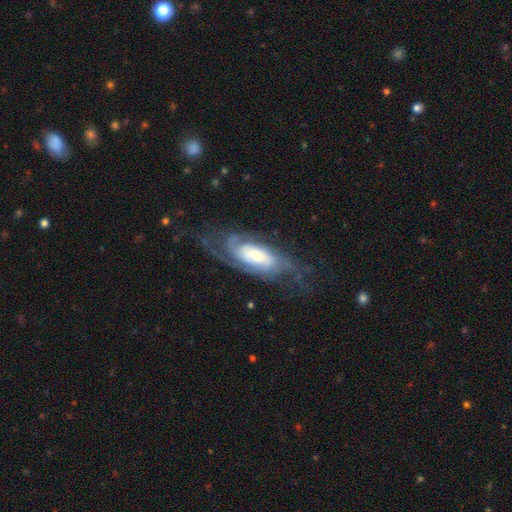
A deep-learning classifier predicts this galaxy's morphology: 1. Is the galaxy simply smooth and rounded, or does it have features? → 80% featured or disk, 14% smooth, 6% star or artifact.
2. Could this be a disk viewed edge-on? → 92% no, 8% yes.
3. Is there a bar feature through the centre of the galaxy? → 58% no, 31% weak, 11% strong.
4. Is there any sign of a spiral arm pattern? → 95% yes, 5% no.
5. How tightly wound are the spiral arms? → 45% tight, 39% medium, 16% loose.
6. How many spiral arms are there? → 46% 2, 24% can't tell, 15% 3, 6% 1, 5% 4, 4% more than 4.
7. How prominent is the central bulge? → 39% large, 32% moderate, 17% small, 6% dominant, 6% none.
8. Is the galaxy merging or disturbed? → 58% none, 20% minor disturbance, 20% major disturbance, 2% merger.